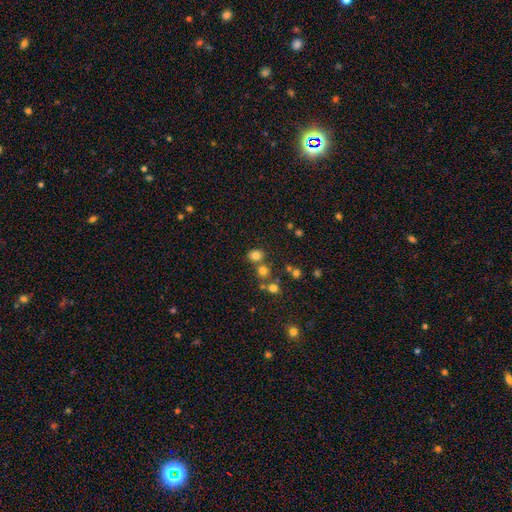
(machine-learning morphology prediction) The model was most divided on "how rounded": round: 59%, in between: 40%, cigar-shaped: 1%. More confident: smooth or featured — smooth (77%); merging — none (66%).